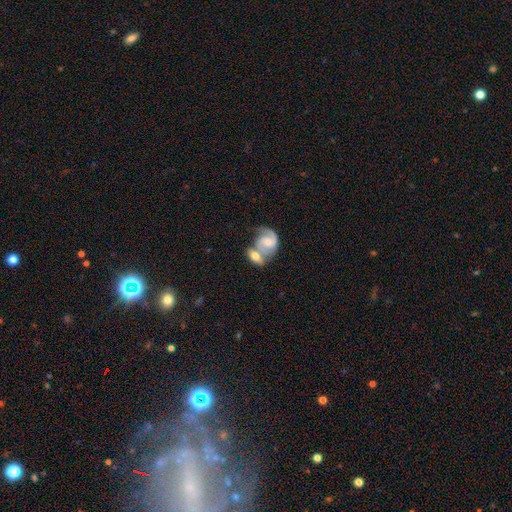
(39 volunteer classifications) Smooth or featured? 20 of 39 (51%) said featured or disk. Edge-on disk? 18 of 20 (90%) said no. Bar? 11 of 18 (61%) said no. Spiral arms? 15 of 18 (83%) said yes. Spiral winding? 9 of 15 (60%) said medium. Spiral arm count? 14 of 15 (93%) said 2. Bulge size? 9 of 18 (50%) said small. Merging? 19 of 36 (53%) said merger.